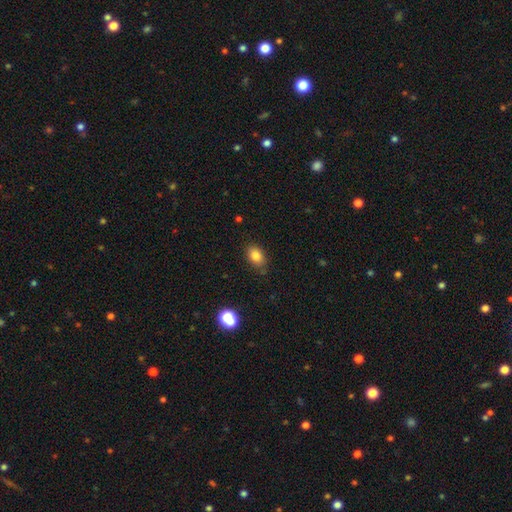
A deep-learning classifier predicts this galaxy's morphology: Smooth or featured?
  - smooth: 83% *
  - star or artifact: 10%
  - featured or disk: 7%
How rounded?
  - in between: 82% *
  - round: 17%
  - cigar-shaped: 2%
Merging?
  - none: 77% *
  - minor disturbance: 18%
  - major disturbance: 3%
  - merger: 2%